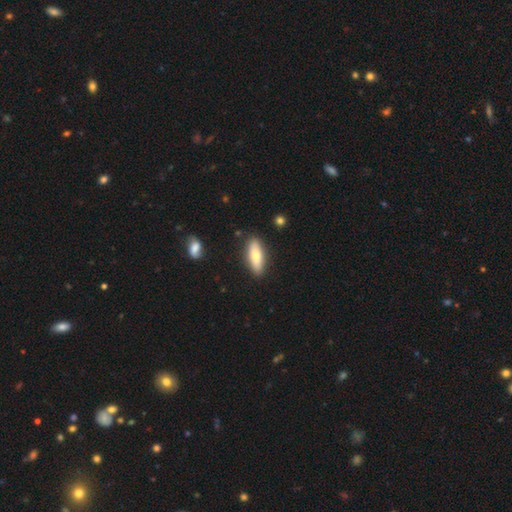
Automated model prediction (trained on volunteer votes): This is likely a smooth galaxy (70%). How rounded: possibly in between (60%). Merging: clearly none (86%).